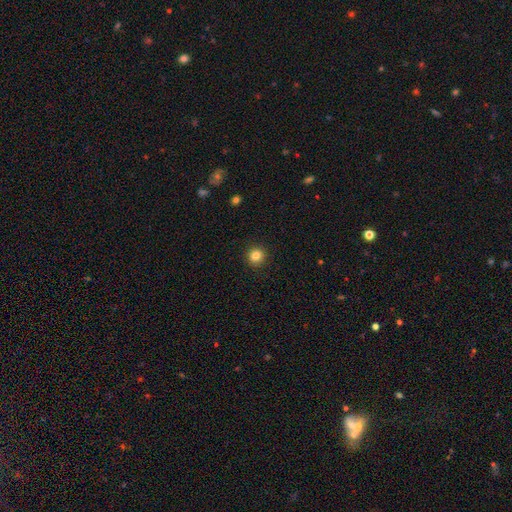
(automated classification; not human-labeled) Smooth or featured: smooth — 84% (star or artifact — 11%)
How rounded: round — 91% (in between — 8%)
Merging: none — 92% (minor disturbance — 5%)